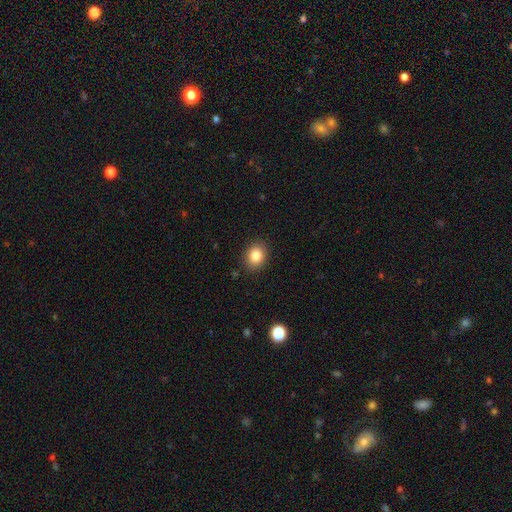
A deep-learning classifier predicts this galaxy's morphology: This is clearly a smooth galaxy (85%). How rounded: possibly round (55%). Merging: clearly none (88%).